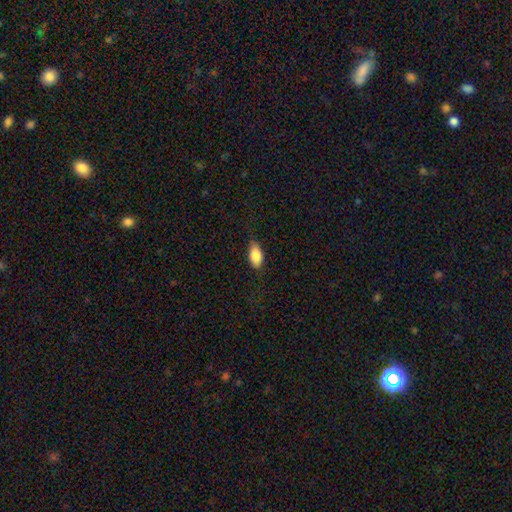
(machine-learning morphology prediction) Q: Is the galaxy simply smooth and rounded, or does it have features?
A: smooth — 85%.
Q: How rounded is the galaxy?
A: in between — 91%.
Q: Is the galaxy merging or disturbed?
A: none — 76%.